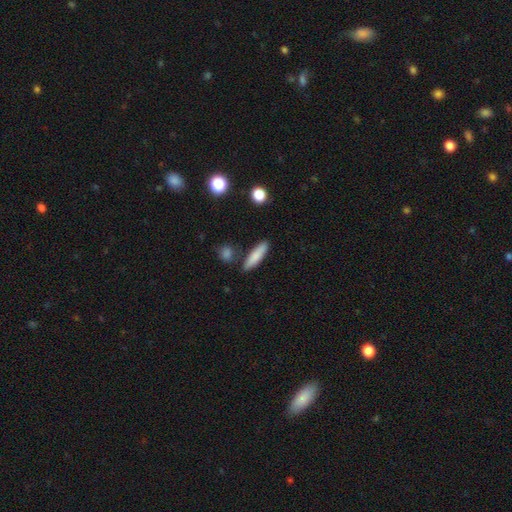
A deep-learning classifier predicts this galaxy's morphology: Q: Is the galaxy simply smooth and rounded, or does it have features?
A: smooth — 81%.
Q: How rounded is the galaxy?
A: cigar-shaped — 71%.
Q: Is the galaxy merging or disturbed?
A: none — 81%.